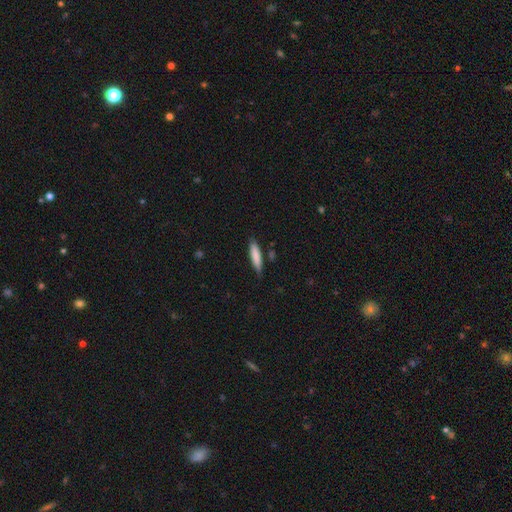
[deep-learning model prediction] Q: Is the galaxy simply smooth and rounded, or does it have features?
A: smooth — 83%.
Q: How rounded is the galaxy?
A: cigar-shaped — 79%.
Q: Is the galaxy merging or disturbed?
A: none — 79%.